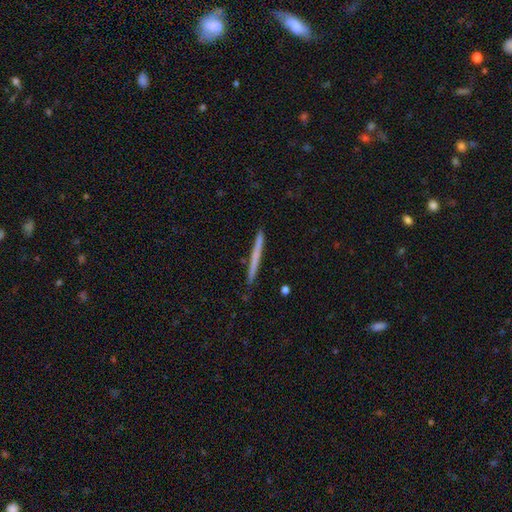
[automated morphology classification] Smooth or featured? Predicted: smooth (p=0.57). How rounded? Predicted: cigar-shaped (p=0.97). Merging? Predicted: none (p=0.92).